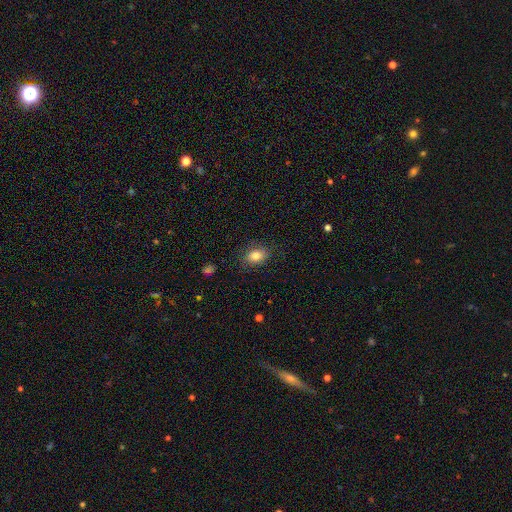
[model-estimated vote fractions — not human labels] smooth_or_featured: smooth (p=0.82) [alt: featured or disk p=0.09]
how_rounded: in between (p=0.77) [alt: round p=0.22]
merging: none (p=0.81) [alt: minor disturbance p=0.14]